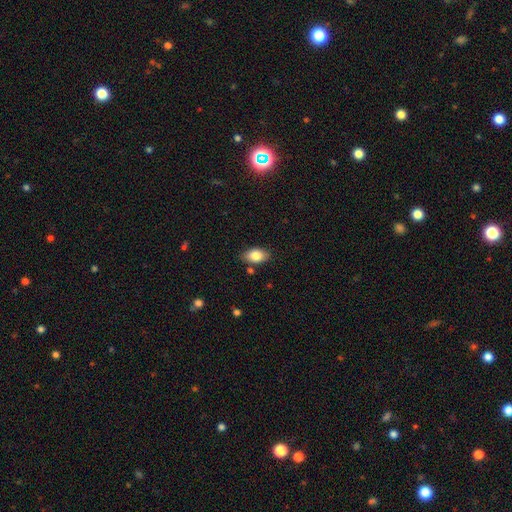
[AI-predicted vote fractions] Smooth or featured: smooth — 84% (featured or disk — 9%)
How rounded: in between — 90% (round — 8%)
Merging: none — 81% (minor disturbance — 13%)